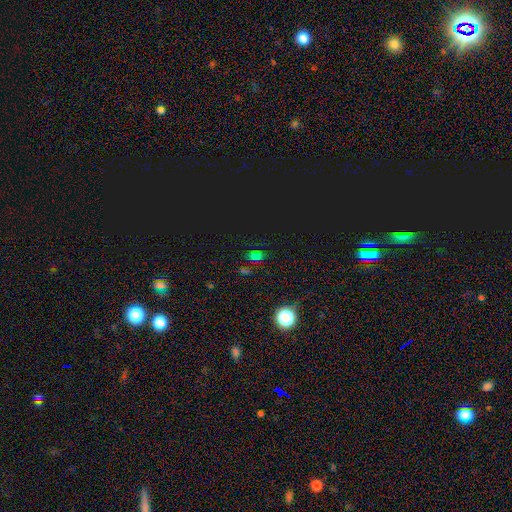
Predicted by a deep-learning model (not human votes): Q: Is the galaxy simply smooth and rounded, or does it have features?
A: star or artifact — 53%.